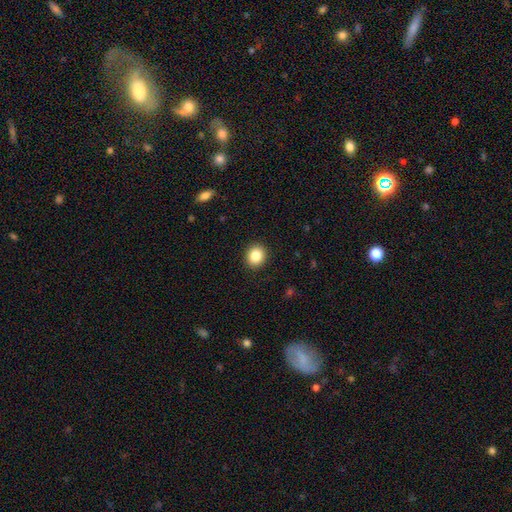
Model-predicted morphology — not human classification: Smooth or featured? smooth (86%)
How rounded? round (76%)
Merging? none (92%)